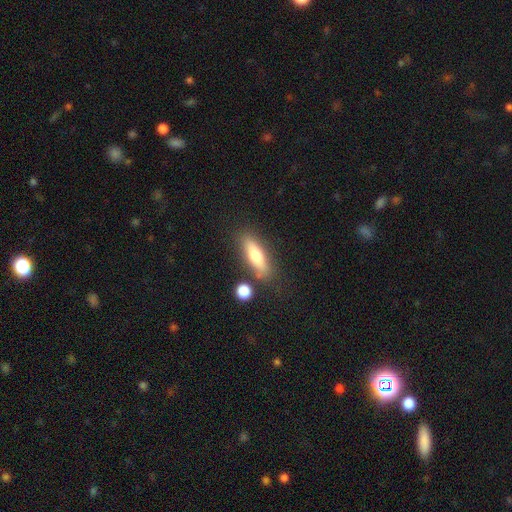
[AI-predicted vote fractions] smooth-or-featured: smooth: 62% | featured or disk: 31% | star or artifact: 7%
  how-rounded: cigar-shaped: 55% | in between: 42% | round: 3%
  merging: none: 77% | minor disturbance: 13% | merger: 7% | major disturbance: 4%